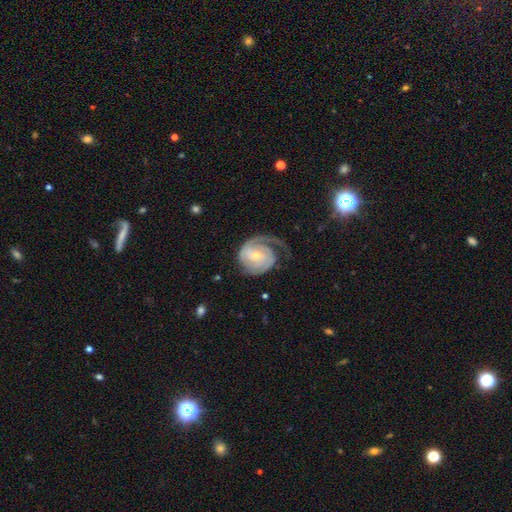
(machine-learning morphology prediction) smooth_or_featured: featured or disk (p=0.84) [alt: smooth p=0.12]
disk_edge_on: no (p=0.98) [alt: yes p=0.02]
bar: no (p=0.45) [alt: weak p=0.43]
has_spiral_arms: yes (p=0.96) [alt: no p=0.04]
spiral_winding: tight (p=0.54) [alt: medium p=0.33]
spiral_arm_count: 2 (p=0.40) [alt: 1 p=0.36]
bulge_size: small (p=0.58) [alt: moderate p=0.37]
merging: none (p=0.50) [alt: major disturbance p=0.28]